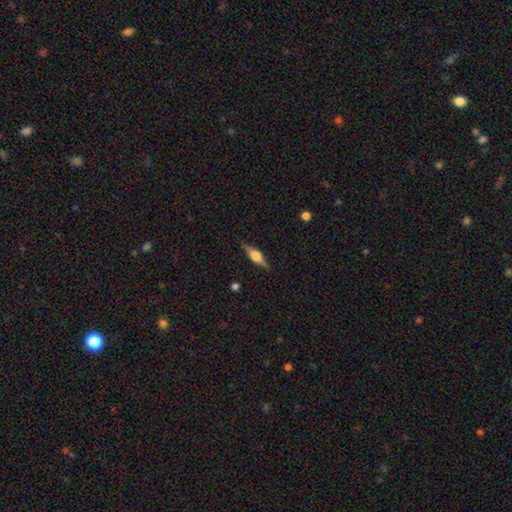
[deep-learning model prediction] Smooth or featured?
  - featured or disk: 70% *
  - smooth: 23%
  - star or artifact: 7%
Edge-on disk?
  - yes: 97% *
  - no: 3%
Edge-on bulge?
  - rounded: 88% *
  - boxy: 10%
  - none: 2%
Merging?
  - none: 88% *
  - minor disturbance: 9%
  - major disturbance: 2%
  - merger: 1%